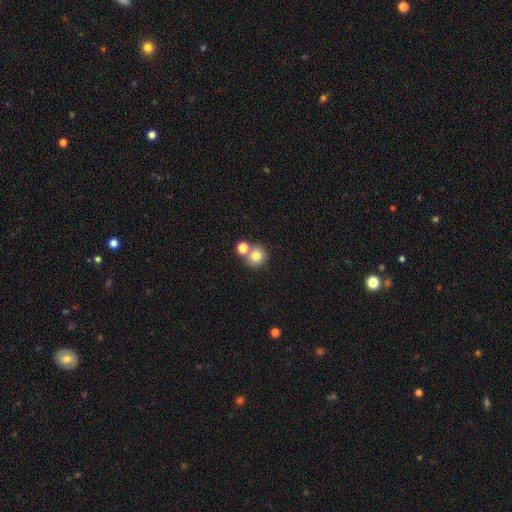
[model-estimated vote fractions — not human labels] Q: Smooth or featured?
A: smooth (79%); runner-up: star or artifact (11%)
Q: How rounded?
A: round (89%); runner-up: in between (10%)
Q: Merging?
A: none (57%); runner-up: merger (33%)